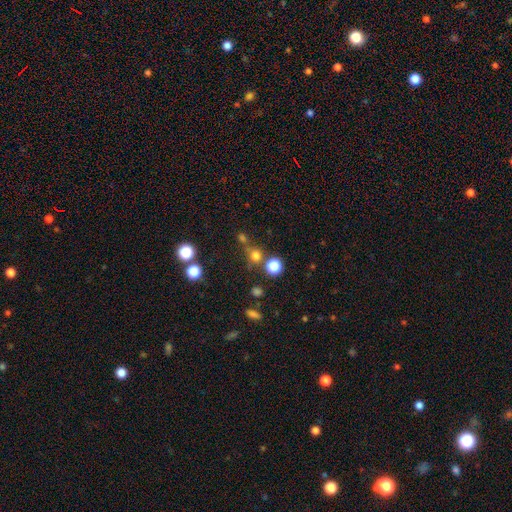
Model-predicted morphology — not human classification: A smooth galaxy with no disk features (69%) that is round (89%). Merging: none (64%).